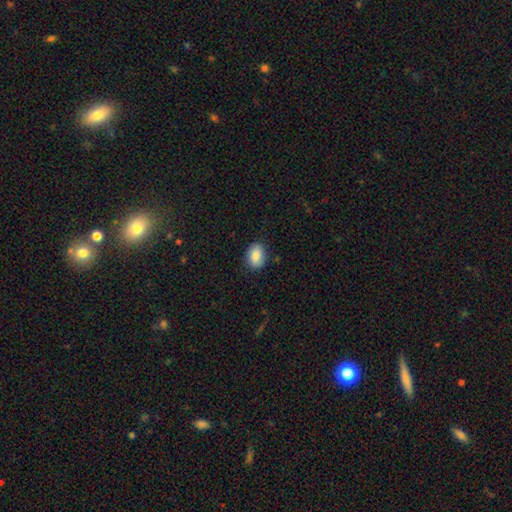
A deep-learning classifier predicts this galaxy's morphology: The model was most divided on "how rounded": in between: 73%, round: 26%, cigar-shaped: 1%. More confident: merging — none (86%); smooth or featured — smooth (85%).